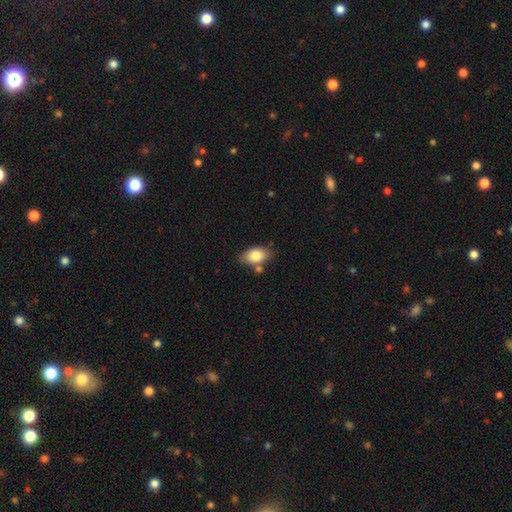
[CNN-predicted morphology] Q: Smooth or featured?
A: smooth (82%); runner-up: featured or disk (11%)
Q: How rounded?
A: in between (88%); runner-up: round (9%)
Q: Merging?
A: none (71%); runner-up: minor disturbance (16%)